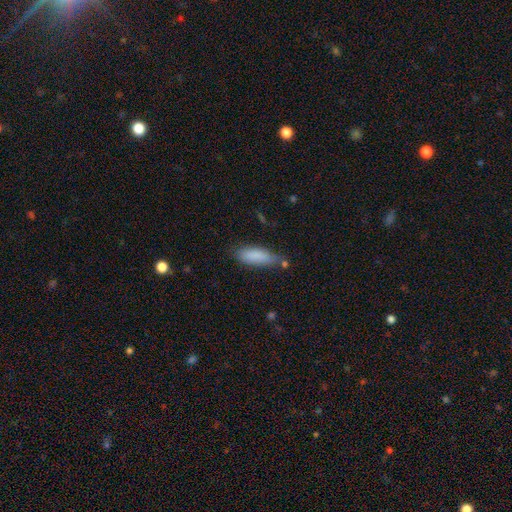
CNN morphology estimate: smooth_or_featured: smooth (p=0.85) [alt: featured or disk p=0.08]
how_rounded: in between (p=0.57) [alt: cigar-shaped p=0.41]
merging: none (p=0.62) [alt: minor disturbance p=0.26]